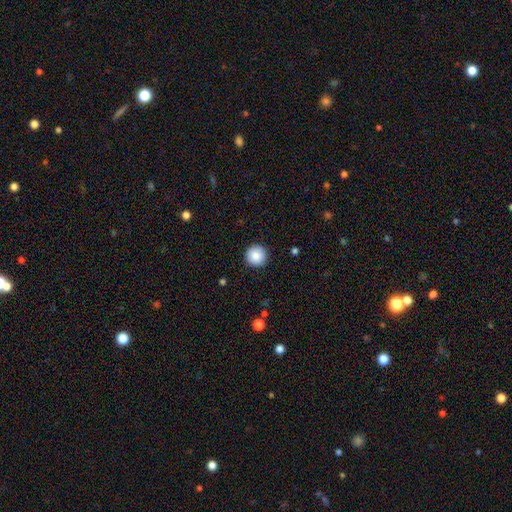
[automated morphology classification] This is clearly a smooth galaxy (88%). How rounded: clearly round (96%). Merging: clearly none (92%).